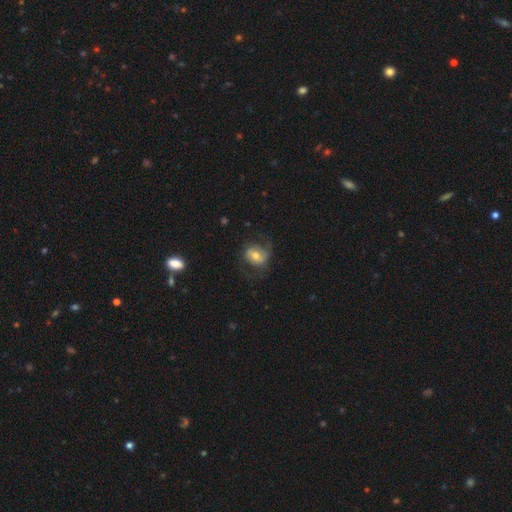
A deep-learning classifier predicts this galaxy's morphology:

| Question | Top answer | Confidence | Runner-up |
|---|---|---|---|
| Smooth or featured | featured or disk | 53% | smooth (39%) |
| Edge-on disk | no | 96% | yes (4%) |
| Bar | no | 49% | weak (35%) |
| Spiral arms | yes | 78% | no (22%) |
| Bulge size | moderate | 64% | small (23%) |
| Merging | none | 56% | major disturbance (22%) |